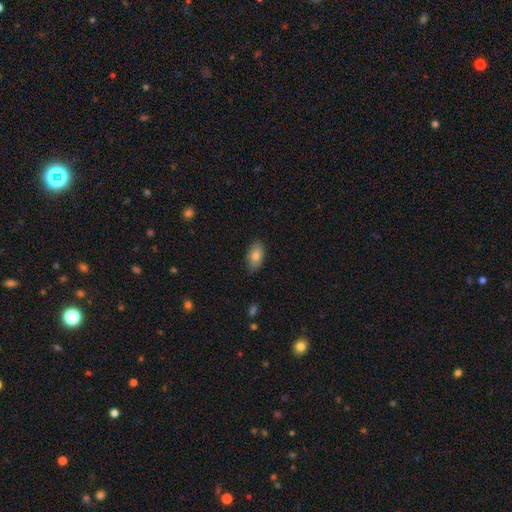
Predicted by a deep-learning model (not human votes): Morphology: type=smooth (81%); roundness=in between (92%); merging=none (85%).